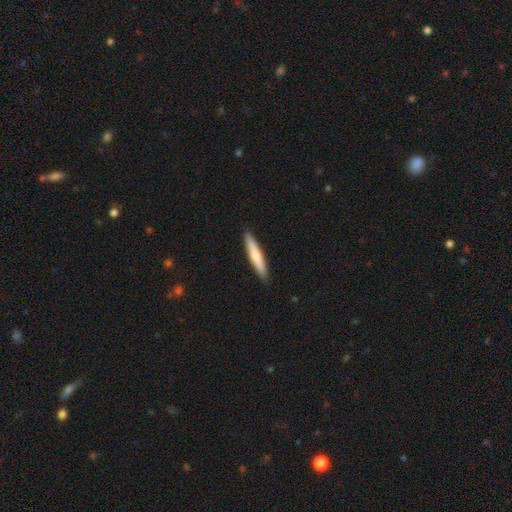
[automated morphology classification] The model was most divided on "smooth or featured": smooth: 68%, featured or disk: 28%, star or artifact: 5%. More confident: how rounded — cigar-shaped (92%); merging — none (91%).